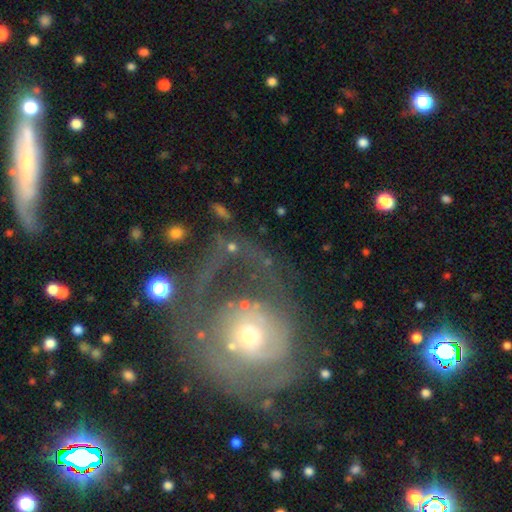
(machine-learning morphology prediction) Smooth or featured? featured or disk (67%)
Edge-on disk? no (96%)
Bar? no (76%)
Spiral arms? yes (65%)
Bulge size? moderate (47%)
Merging? none (40%)